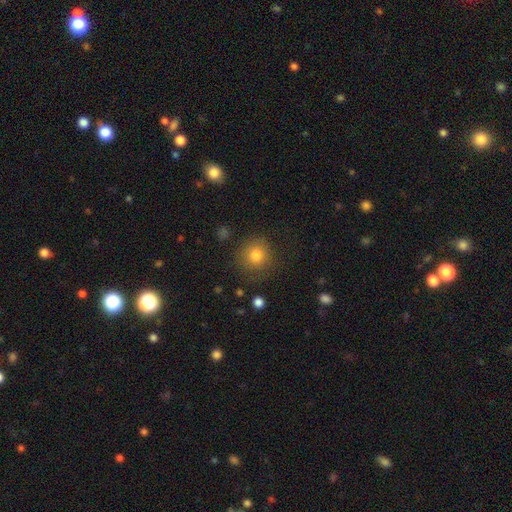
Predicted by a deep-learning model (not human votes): The model was most divided on "merging": none: 80%, minor disturbance: 13%, major disturbance: 5%, merger: 2%. More confident: how rounded — round (90%); smooth or featured — smooth (81%).